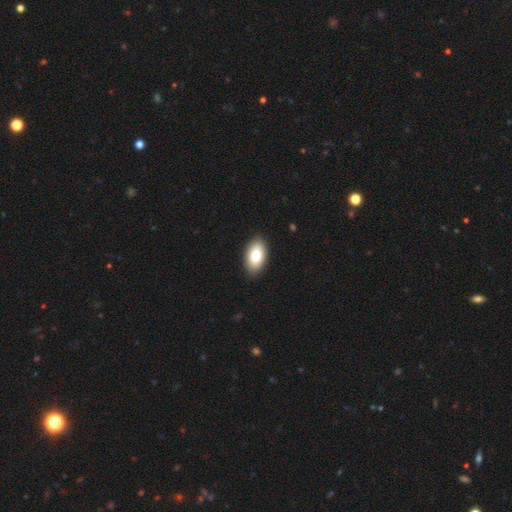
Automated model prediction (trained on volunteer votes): Smooth or featured: smooth — 81% (featured or disk — 12%)
How rounded: in between — 94% (round — 4%)
Merging: none — 90% (minor disturbance — 8%)